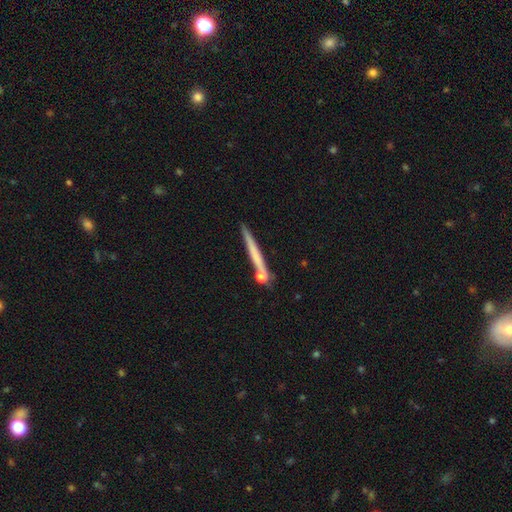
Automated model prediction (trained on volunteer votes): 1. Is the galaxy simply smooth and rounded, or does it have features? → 52% smooth, 41% featured or disk, 7% star or artifact.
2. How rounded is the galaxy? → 95% cigar-shaped, 2% in between, 2% round.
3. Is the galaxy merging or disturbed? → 76% none, 11% minor disturbance, 10% merger, 3% major disturbance.